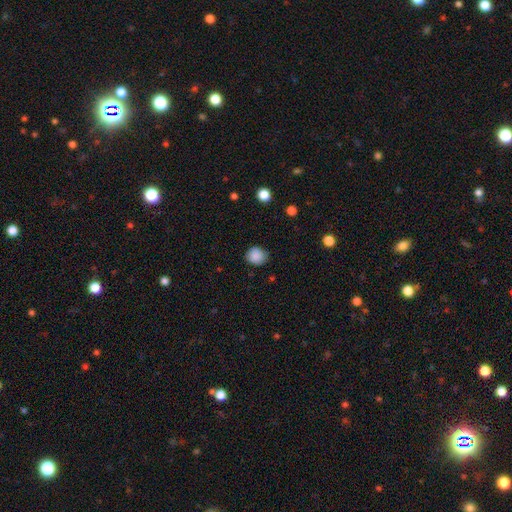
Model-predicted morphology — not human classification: smooth 87%, star or artifact 10%, featured or disk 3%. Down the decision tree: how rounded — round (85%); merging — none (83%).